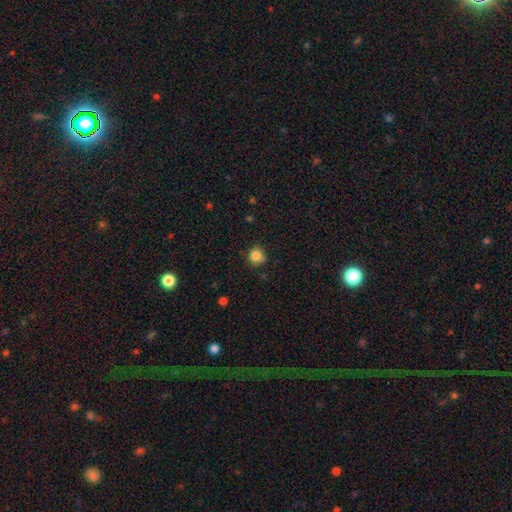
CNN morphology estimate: This appears to be a smooth galaxy with no disk features (84%) that is round (88%). Merging: none (78%).